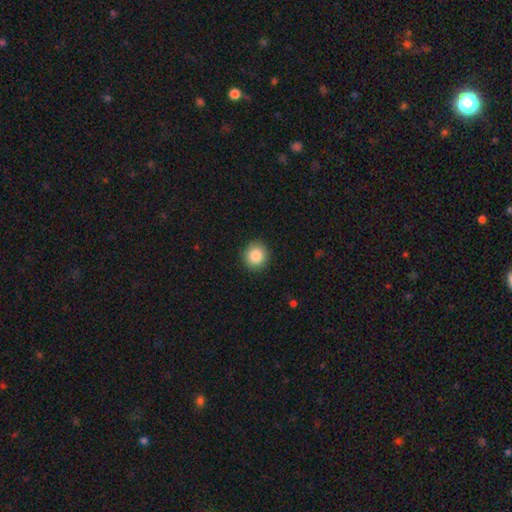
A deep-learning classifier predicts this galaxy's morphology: This is clearly a smooth galaxy (87%). How rounded: clearly round (91%). Merging: clearly none (91%).